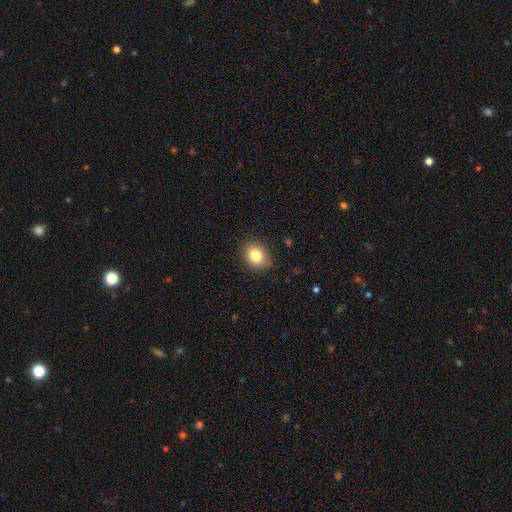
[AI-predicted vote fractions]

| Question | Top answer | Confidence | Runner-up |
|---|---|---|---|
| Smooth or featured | smooth | 84% | star or artifact (9%) |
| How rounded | in between | 50% | round (49%) |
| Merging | none | 84% | minor disturbance (12%) |